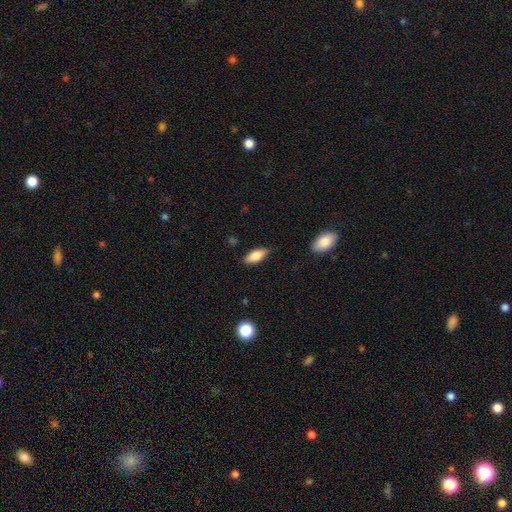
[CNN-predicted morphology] smooth-or-featured: smooth: 77% | featured or disk: 16% | star or artifact: 7%
  how-rounded: in between: 81% | cigar-shaped: 16% | round: 3%
  merging: none: 84% | minor disturbance: 12% | major disturbance: 3% | merger: 1%